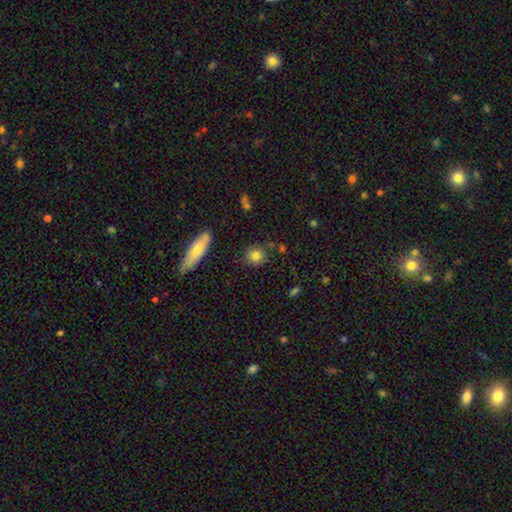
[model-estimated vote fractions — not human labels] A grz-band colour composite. It shows a smooth galaxy with no disk features (81%) that is round (82%). Merging: none (82%).